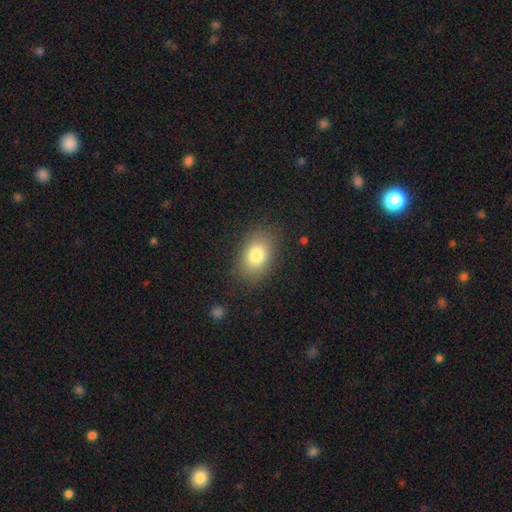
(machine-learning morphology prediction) Smooth or featured: smooth — 78% (star or artifact — 13%)
How rounded: in between — 75% (round — 24%)
Merging: none — 89% (minor disturbance — 8%)